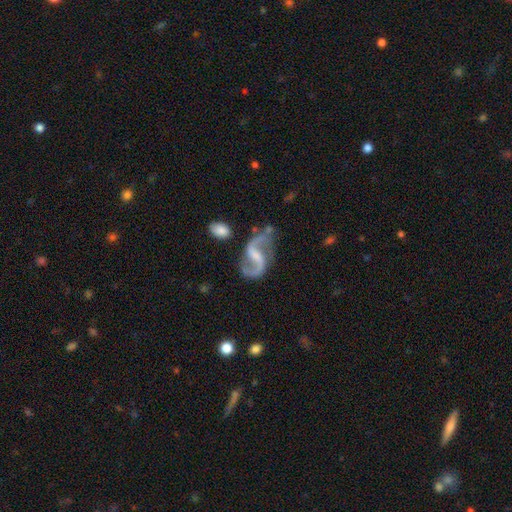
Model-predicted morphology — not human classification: This is clearly a featured or disk galaxy (91%). It is clearly not viewed edge-on (98%). Bar: possibly weak (48%). Spiral arm pattern: clearly yes (97%). Spiral arm count: clearly 2 (94%). Spiral winding: likely loose (62%). Central bulge: marginally none (38%). Merging: likely none (71%).